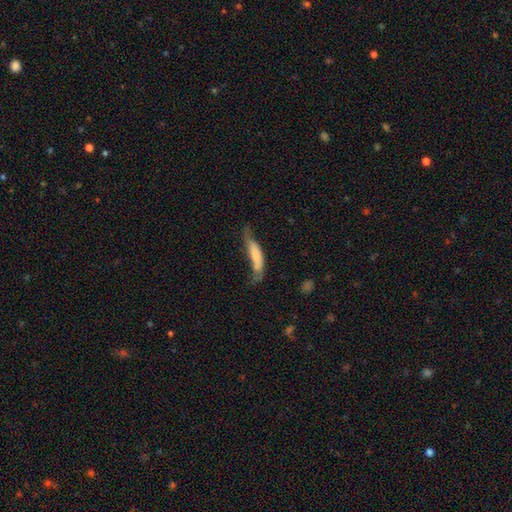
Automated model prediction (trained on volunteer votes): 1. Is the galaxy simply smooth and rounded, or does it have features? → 61% smooth, 32% featured or disk, 7% star or artifact.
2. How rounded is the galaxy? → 71% cigar-shaped, 27% in between, 2% round.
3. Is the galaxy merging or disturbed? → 33% none, 31% minor disturbance, 28% major disturbance, 8% merger.